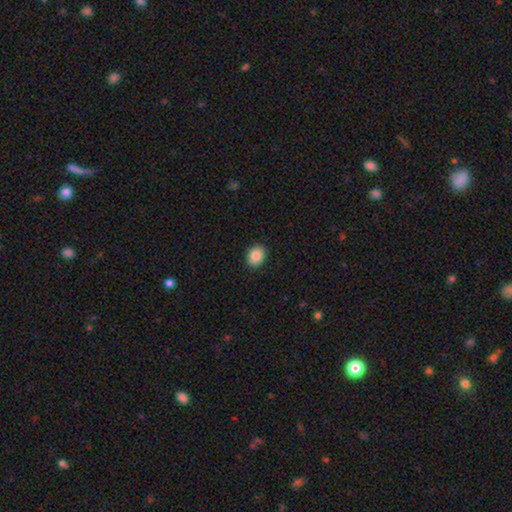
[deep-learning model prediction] Smooth or featured? smooth (88%)
How rounded? round (54%)
Merging? none (91%)